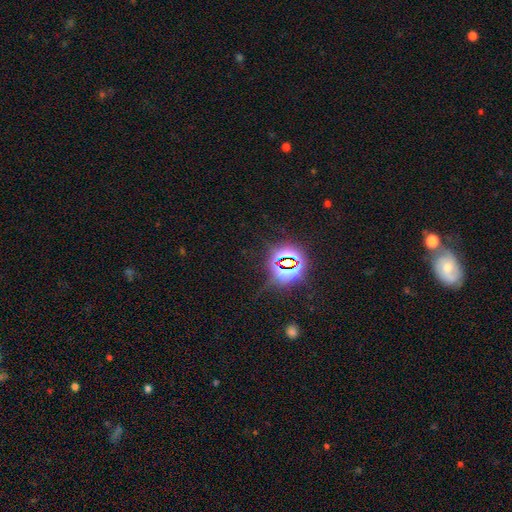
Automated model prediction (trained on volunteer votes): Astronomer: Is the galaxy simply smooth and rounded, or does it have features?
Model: star or artifact — 81%.